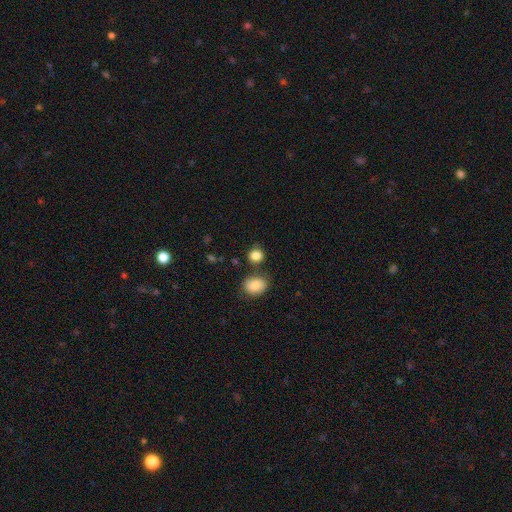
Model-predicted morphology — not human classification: This appears to be a smooth galaxy with no disk features (86%) that is round (80%). Merging: none (73%).